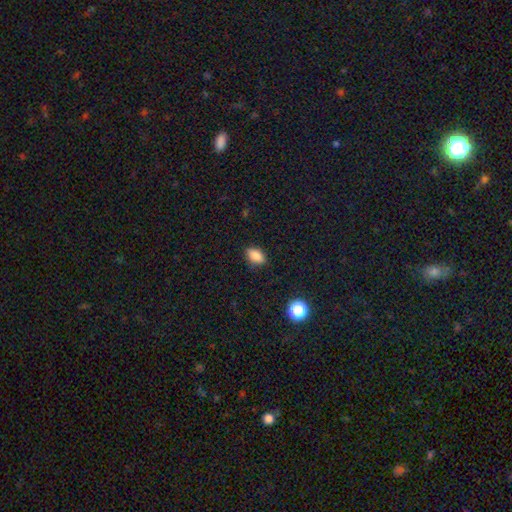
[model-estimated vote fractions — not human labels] Smooth or featured: smooth — 85% (star or artifact — 10%)
How rounded: in between — 86% (round — 11%)
Merging: none — 84% (minor disturbance — 12%)